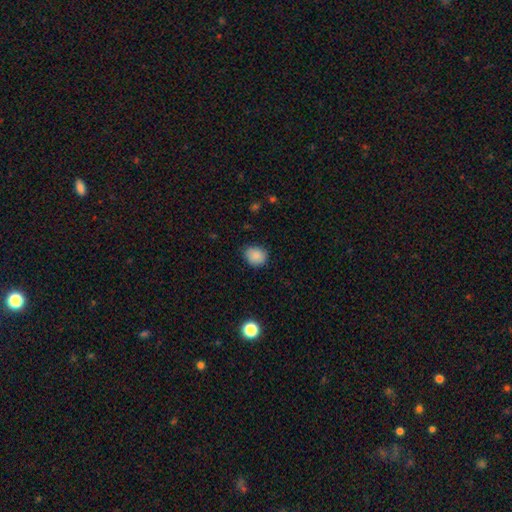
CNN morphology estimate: Smooth or featured: smooth — 86% (star or artifact — 9%)
How rounded: round — 62% (in between — 37%)
Merging: none — 81% (minor disturbance — 15%)